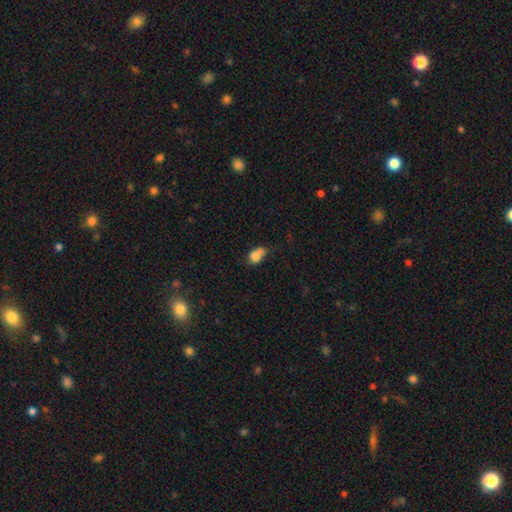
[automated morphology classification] Smooth or featured? Predicted: smooth (p=0.76). How rounded? Predicted: in between (p=0.65). Merging? Predicted: none (p=0.34).